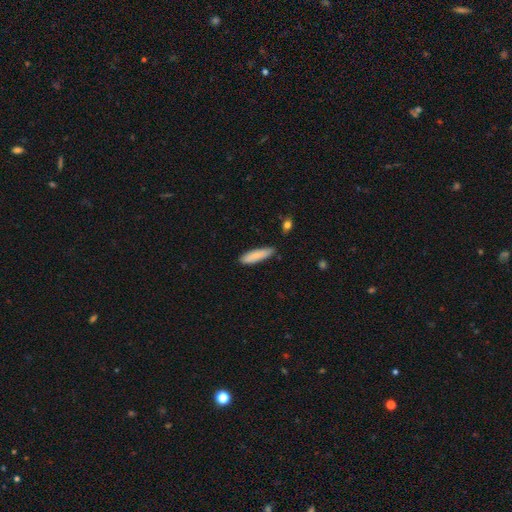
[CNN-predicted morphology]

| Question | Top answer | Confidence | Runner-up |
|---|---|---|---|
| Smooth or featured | smooth | 84% | featured or disk (11%) |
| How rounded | cigar-shaped | 67% | in between (32%) |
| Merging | none | 83% | minor disturbance (13%) |